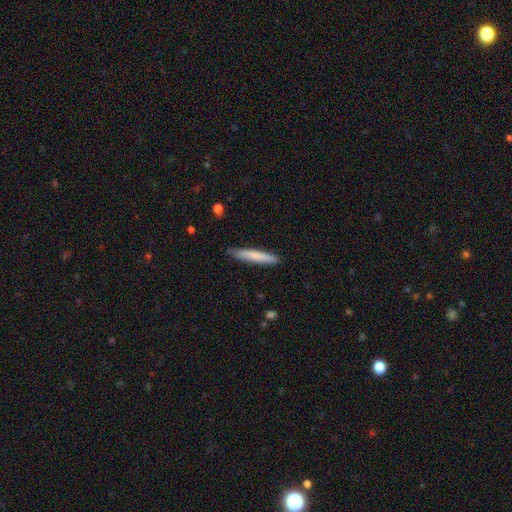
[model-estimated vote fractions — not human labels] Morphology: type=smooth (78%); roundness=cigar-shaped (93%); merging=none (87%).